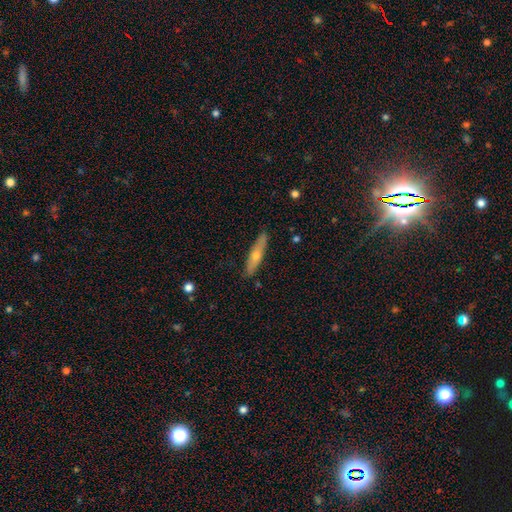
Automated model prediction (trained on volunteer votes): Smooth or featured? Predicted: featured or disk (p=0.49). Merging? Predicted: none (p=0.88).